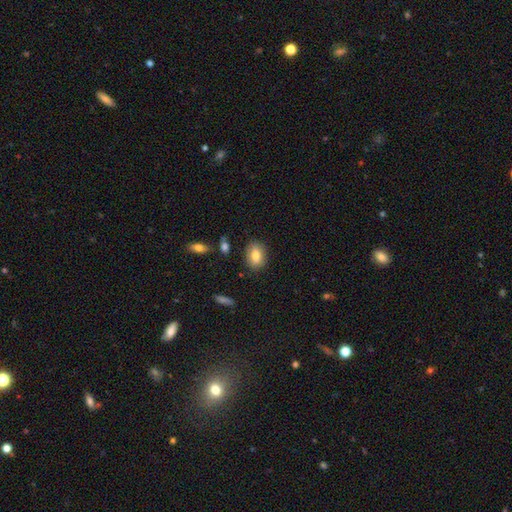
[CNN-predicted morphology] This appears to be a smooth galaxy with no disk features (79%) that is in between round and cigar-shaped (78%). Merging: none (84%).